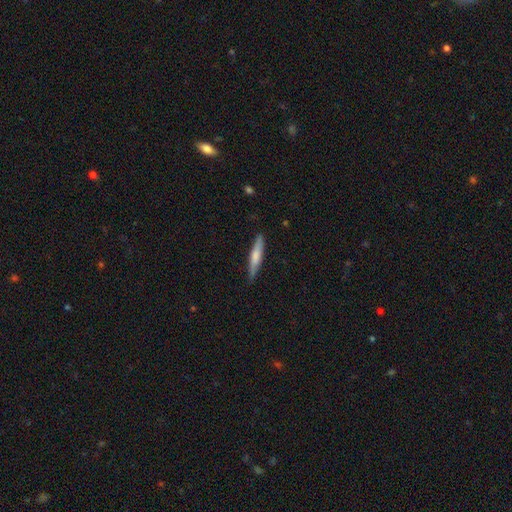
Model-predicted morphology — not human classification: Smooth or featured? Predicted: smooth (p=0.62). How rounded? Predicted: cigar-shaped (p=0.88). Merging? Predicted: none (p=0.82).